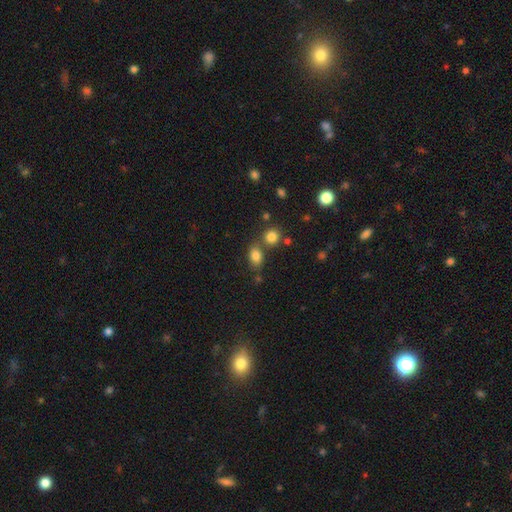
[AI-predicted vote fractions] Q: Smooth or featured?
A: smooth (81%); runner-up: star or artifact (12%)
Q: How rounded?
A: in between (72%); runner-up: round (26%)
Q: Merging?
A: none (60%); runner-up: merger (23%)